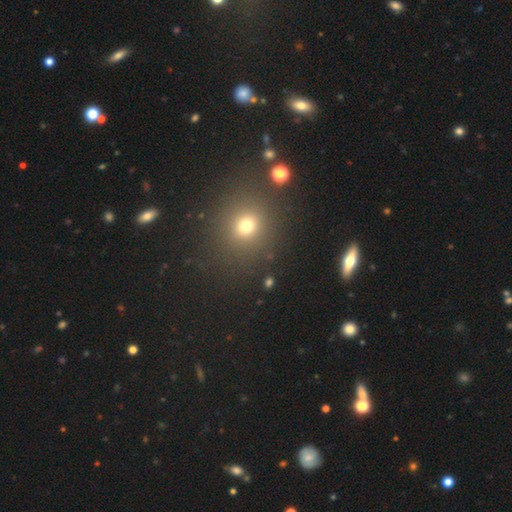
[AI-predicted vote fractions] Smooth or featured? Predicted: smooth (p=0.55). How rounded? Predicted: round (p=0.86). Merging? Predicted: none (p=0.88).